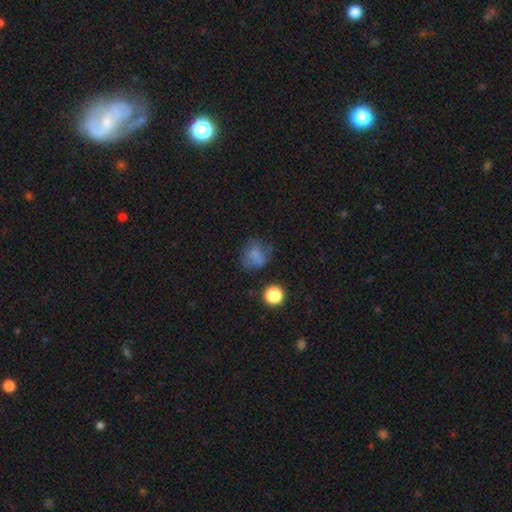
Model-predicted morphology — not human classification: type=smooth (65%); roundness=round (62%); merging=none (52%).